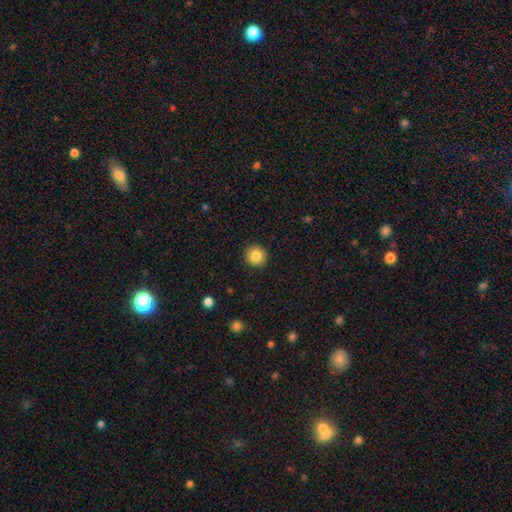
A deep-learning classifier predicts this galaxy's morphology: Smooth or featured? smooth (84%)
How rounded? round (92%)
Merging? none (92%)